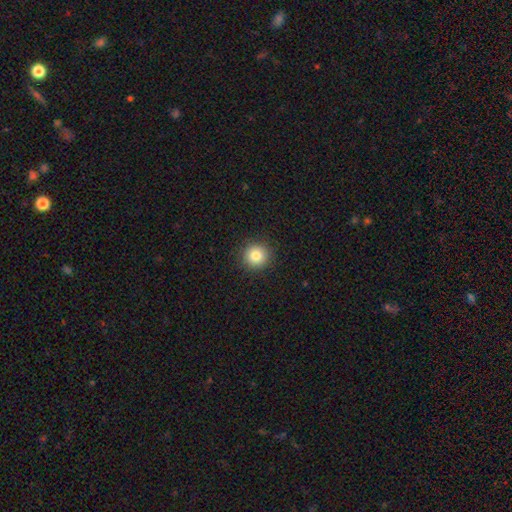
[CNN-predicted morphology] Smooth or featured? smooth (82%)
How rounded? round (94%)
Merging? none (92%)